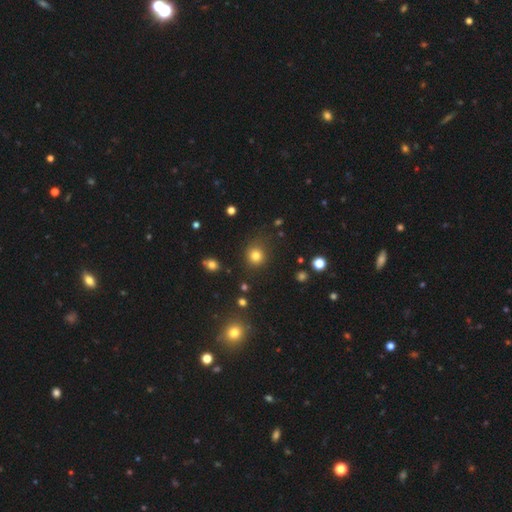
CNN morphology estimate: smooth-or-featured: smooth: 79% | star or artifact: 15% | featured or disk: 6%
  how-rounded: round: 89% | in between: 10% | cigar-shaped: 1%
  merging: none: 83% | minor disturbance: 10% | major disturbance: 4% | merger: 2%